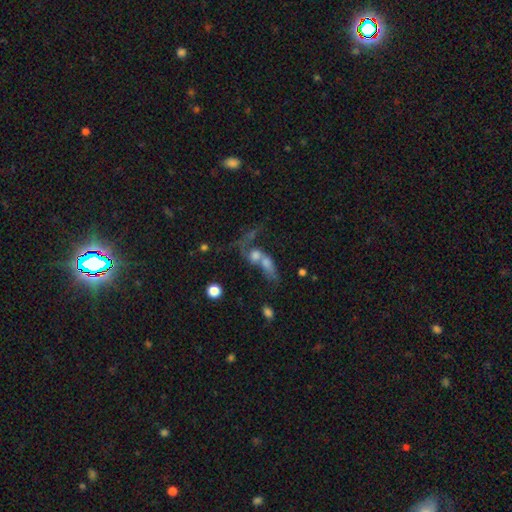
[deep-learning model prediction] Q: Smooth or featured?
A: smooth (53%); runner-up: featured or disk (31%)
Q: How rounded?
A: in between (54%); runner-up: round (35%)
Q: Merging?
A: merger (67%); runner-up: none (13%)